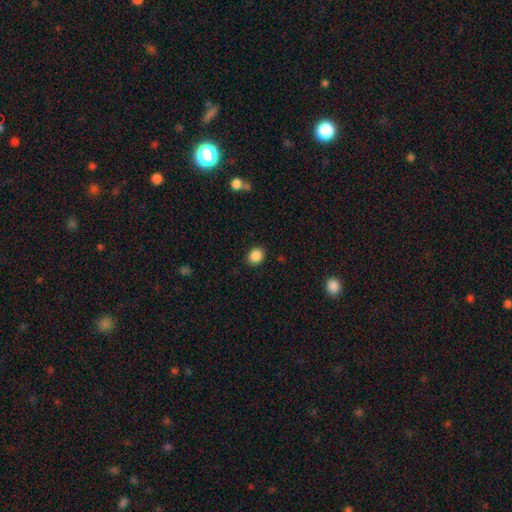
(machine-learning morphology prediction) Smooth or featured?
  - smooth: 87% *
  - star or artifact: 9%
  - featured or disk: 3%
How rounded?
  - round: 60% *
  - in between: 39%
  - cigar-shaped: 1%
Merging?
  - none: 89% *
  - minor disturbance: 7%
  - major disturbance: 2%
  - merger: 1%